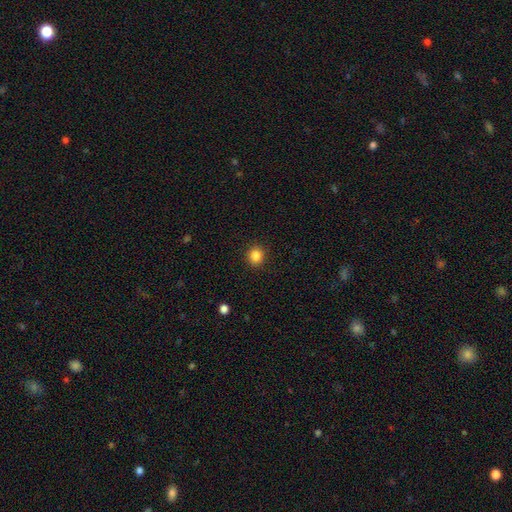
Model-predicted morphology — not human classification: smooth_or_featured: smooth (p=0.85) [alt: star or artifact p=0.10]
how_rounded: round (p=0.85) [alt: in between p=0.14]
merging: none (p=0.91) [alt: minor disturbance p=0.06]